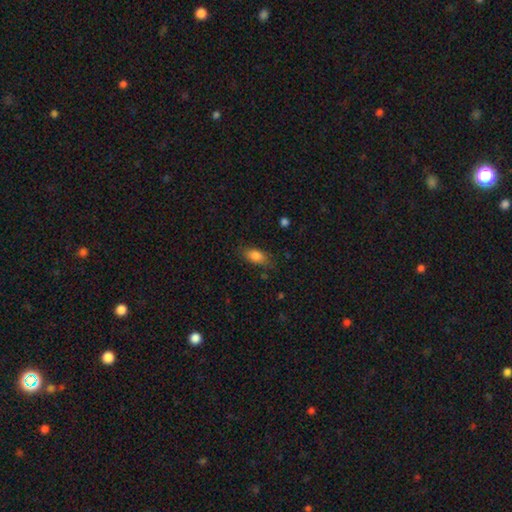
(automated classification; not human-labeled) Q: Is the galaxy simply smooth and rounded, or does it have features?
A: smooth — 84%.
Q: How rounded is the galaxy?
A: in between — 85%.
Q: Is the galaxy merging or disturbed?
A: none — 73%.